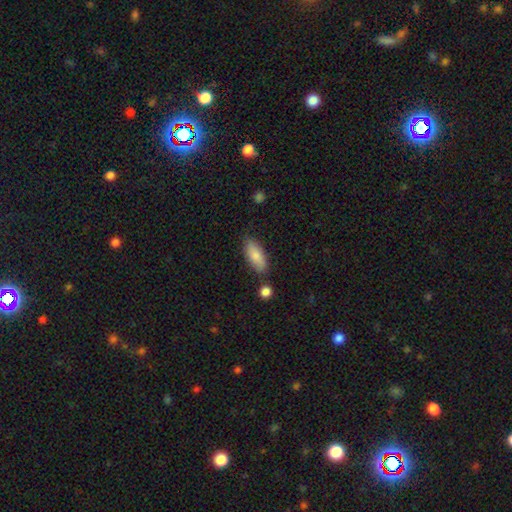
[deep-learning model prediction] smooth 81%, featured or disk 13%, star or artifact 6%. Down the decision tree: how rounded — in between (82%); merging — none (76%).